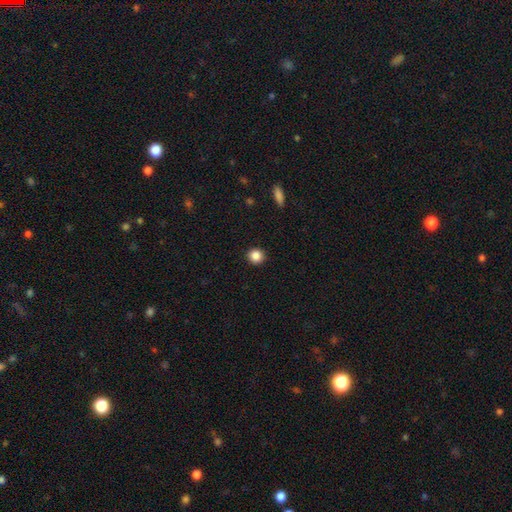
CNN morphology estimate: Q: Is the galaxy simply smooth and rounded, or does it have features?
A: smooth — 86%.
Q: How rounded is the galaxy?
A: round — 91%.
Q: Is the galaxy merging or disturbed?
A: none — 92%.